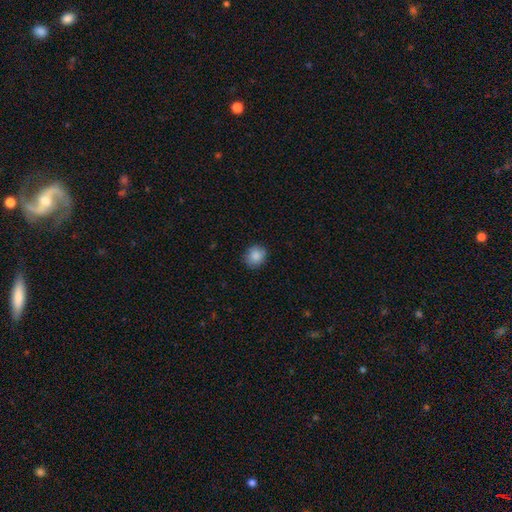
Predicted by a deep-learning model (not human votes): A smooth galaxy with no disk features (87%) that is round (75%).

Vote fractions:
- Smooth or featured? smooth: 87% / star or artifact: 8% / featured or disk: 5%
- How rounded? round: 75% / in between: 24% / cigar-shaped: 1%
- Merging? none: 86% / minor disturbance: 11% / major disturbance: 2% / merger: 1%